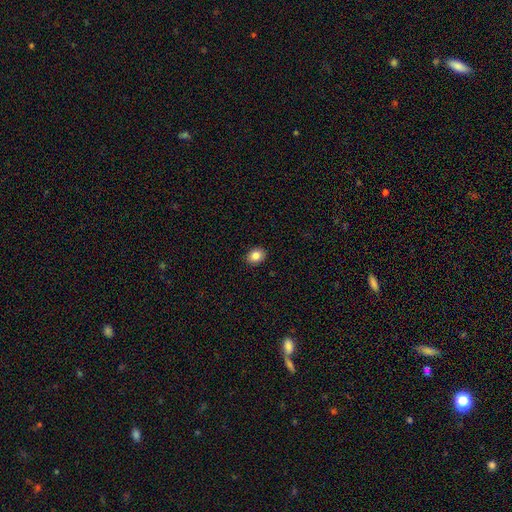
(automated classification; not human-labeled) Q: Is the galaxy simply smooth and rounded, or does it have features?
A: smooth — 85%.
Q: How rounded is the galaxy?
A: round — 50%.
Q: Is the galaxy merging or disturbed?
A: none — 91%.